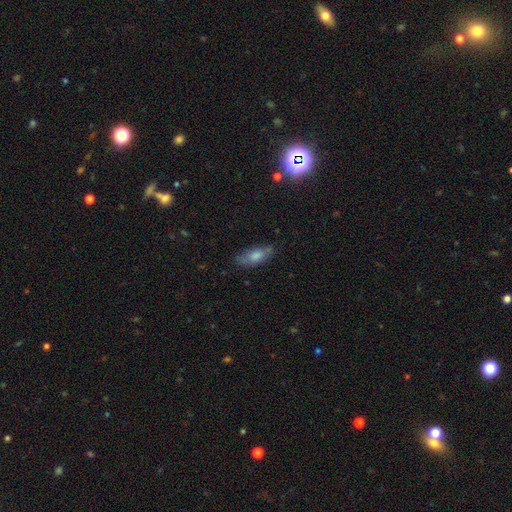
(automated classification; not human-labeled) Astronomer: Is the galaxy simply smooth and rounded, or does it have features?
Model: smooth — 74%.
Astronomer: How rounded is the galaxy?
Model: in between — 75%.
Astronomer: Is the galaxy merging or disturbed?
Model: none — 70%.